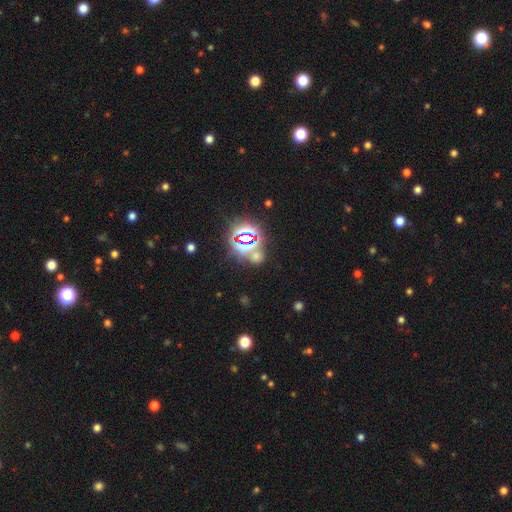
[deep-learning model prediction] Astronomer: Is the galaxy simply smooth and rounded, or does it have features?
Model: star or artifact — 65%.